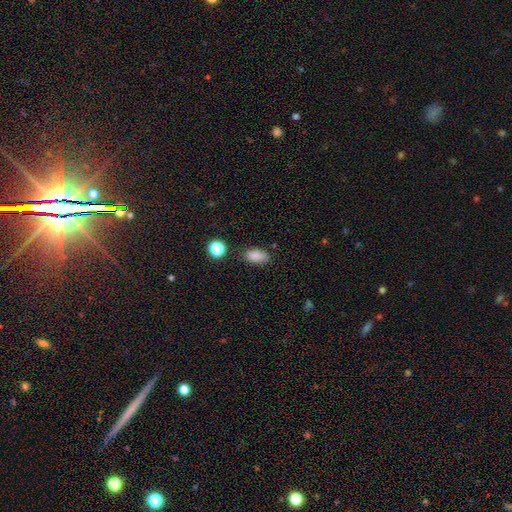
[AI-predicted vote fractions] Morphology: type=smooth (85%); roundness=in between (90%); merging=none (79%).